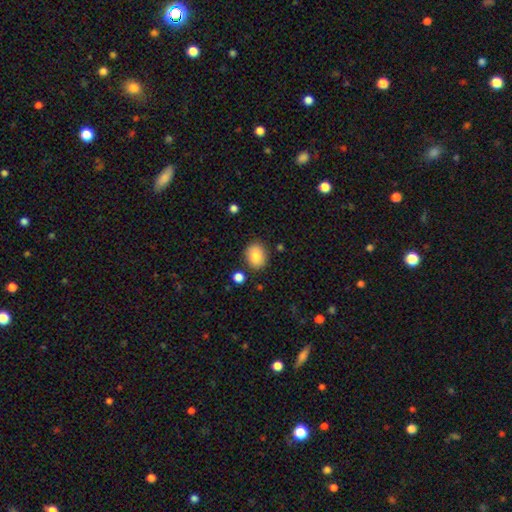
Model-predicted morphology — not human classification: type=smooth (85%); roundness=round (54%); merging=none (84%).